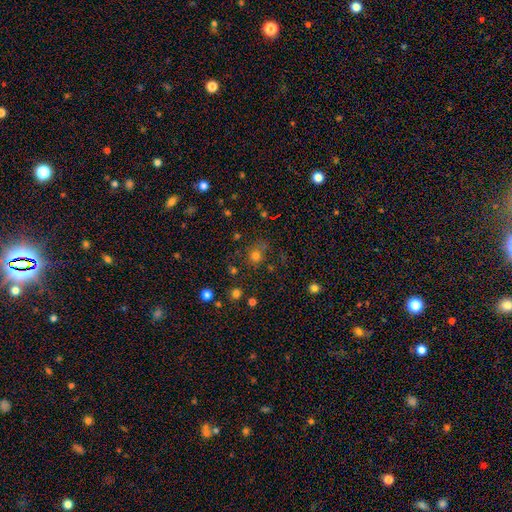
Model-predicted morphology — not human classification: A smooth galaxy with no disk features (73%) that is round (85%).

Vote fractions:
- Smooth or featured? smooth: 73% / star or artifact: 21% / featured or disk: 7%
- How rounded? round: 85% / in between: 14% / cigar-shaped: 1%
- Merging? none: 70% / minor disturbance: 15% / merger: 9% / major disturbance: 7%